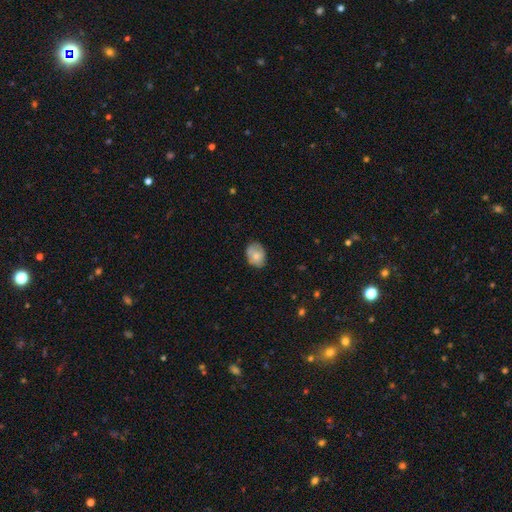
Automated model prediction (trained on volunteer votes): Smooth or featured: smooth — 73% (featured or disk — 20%)
How rounded: in between — 65% (round — 34%)
Merging: none — 65% (minor disturbance — 27%)